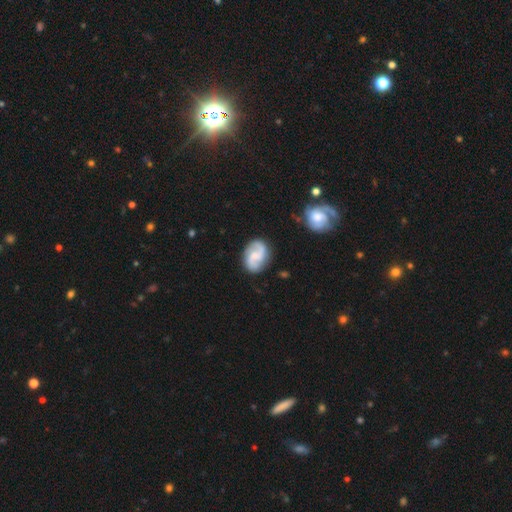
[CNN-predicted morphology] A featured or disk galaxy (76%) with no bar (48%), 2 (90%) medium (44%) spiral arms (96%) and a small central bulge (44%). Merging: none (82%).